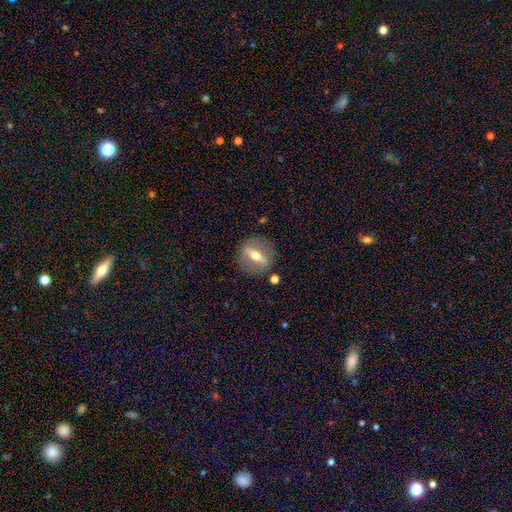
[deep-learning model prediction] This appears to be a featured or disk galaxy (70%). Merging: none (85%).